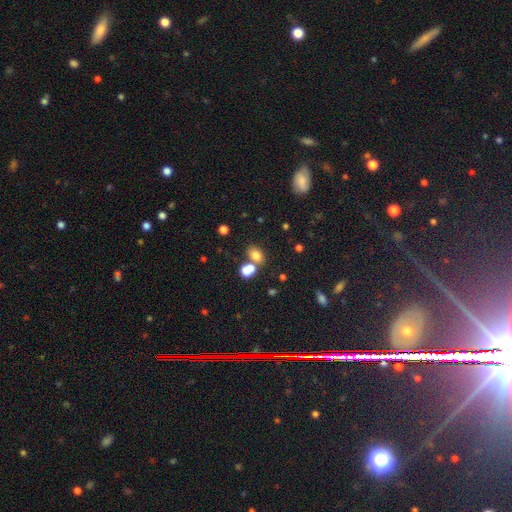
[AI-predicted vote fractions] Overall: smooth (76%). How rounded: in between (70%). Merging: none (52%; merger 33%).